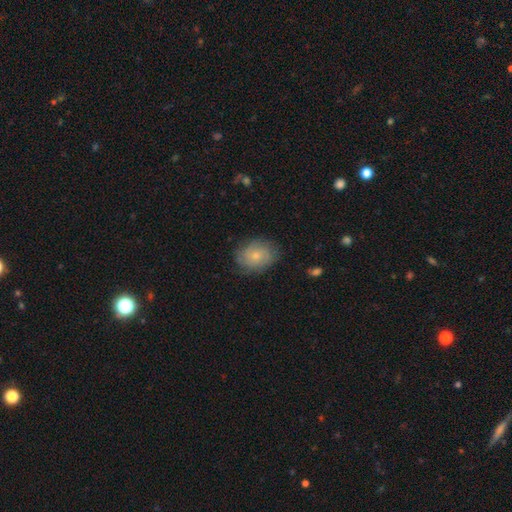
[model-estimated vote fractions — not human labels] The model was most divided on "how rounded": in between: 58%, round: 41%, cigar-shaped: 1%. More confident: merging — none (77%); smooth or featured — smooth (67%).